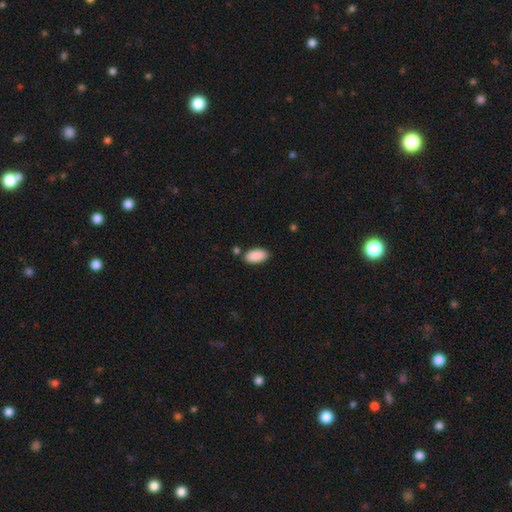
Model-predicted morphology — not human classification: Smooth or featured? Predicted: smooth (p=0.90). How rounded? Predicted: in between (p=0.94). Merging? Predicted: none (p=0.81).